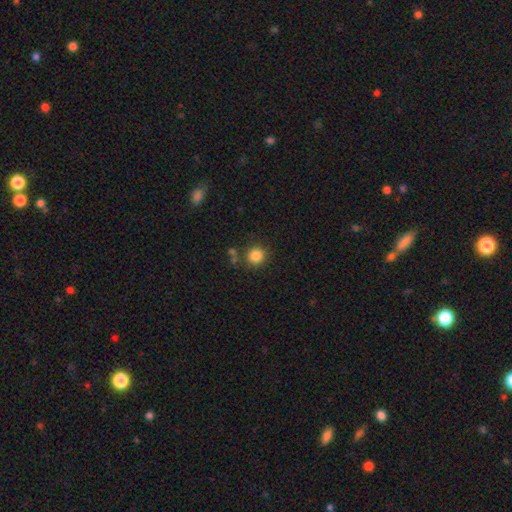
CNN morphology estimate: Q: Smooth or featured?
A: smooth (85%); runner-up: star or artifact (11%)
Q: How rounded?
A: round (92%); runner-up: in between (7%)
Q: Merging?
A: none (82%); runner-up: minor disturbance (9%)